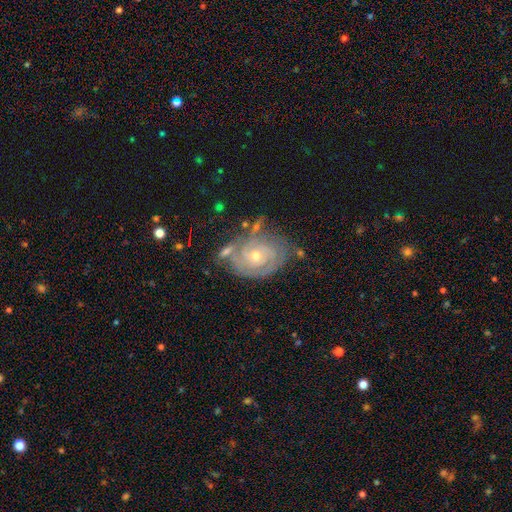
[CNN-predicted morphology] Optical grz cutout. It shows a featured or disk galaxy (83%) with no bar (76%), tight (77%) spiral arms (93%) and a small central bulge (56%). Merging: none (59%).